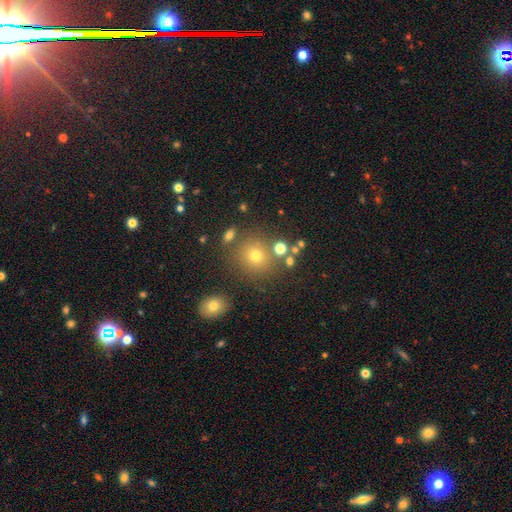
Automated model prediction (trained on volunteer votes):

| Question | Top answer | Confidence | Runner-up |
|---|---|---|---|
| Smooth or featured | smooth | 69% | star or artifact (20%) |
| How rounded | round | 89% | in between (10%) |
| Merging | none | 77% | merger (10%) |